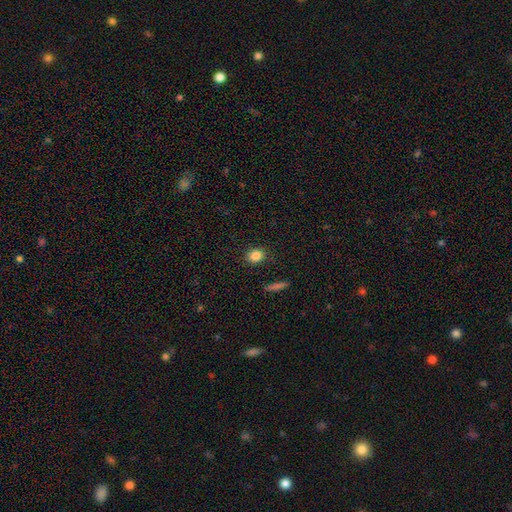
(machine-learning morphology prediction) type=smooth (83%); roundness=round (61%); merging=none (88%).